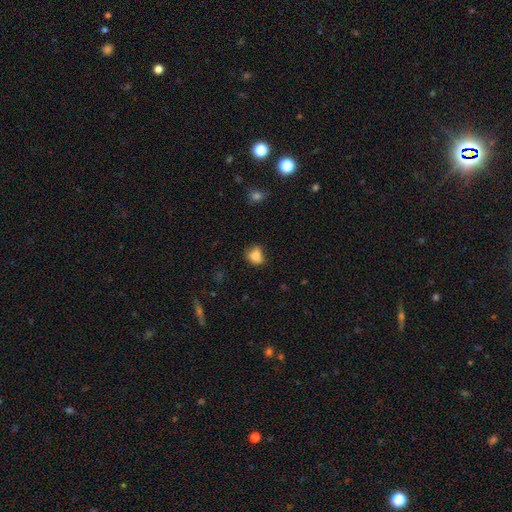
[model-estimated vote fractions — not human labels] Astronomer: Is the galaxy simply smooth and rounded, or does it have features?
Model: smooth — 82%.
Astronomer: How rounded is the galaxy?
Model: in between — 54% (runner-up: round, 44%).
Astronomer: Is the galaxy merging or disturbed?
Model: none — 53% (runner-up: minor disturbance, 30%).